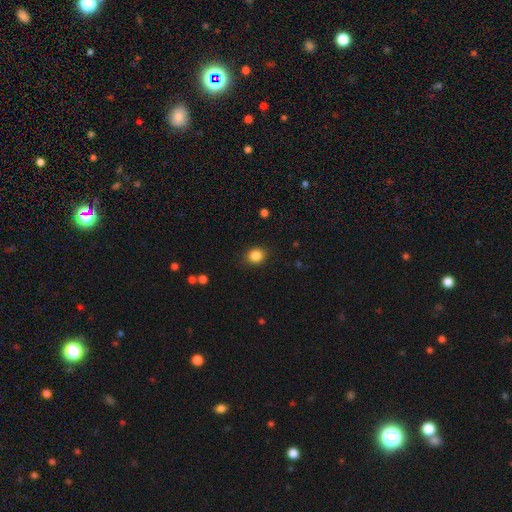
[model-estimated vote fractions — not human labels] This is clearly a smooth galaxy (86%). How rounded: likely round (72%). Merging: clearly none (88%).